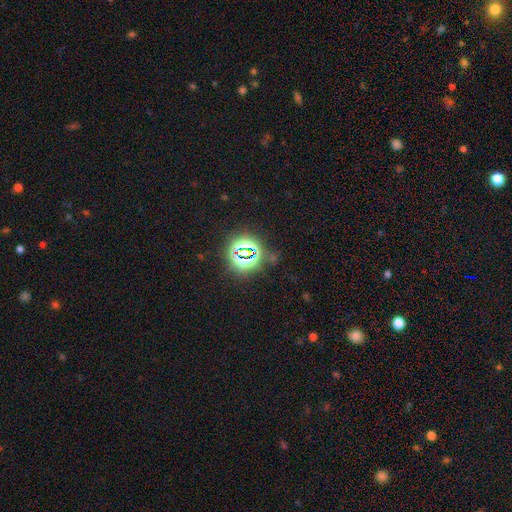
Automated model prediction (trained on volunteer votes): Smooth or featured?
  - star or artifact: 81% *
  - smooth: 12%
  - featured or disk: 6%